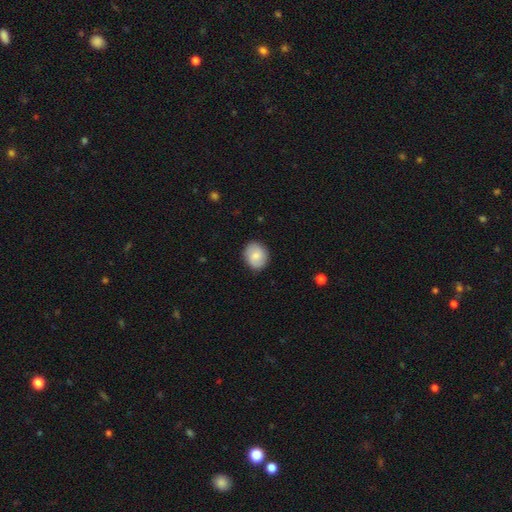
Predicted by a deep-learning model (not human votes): Smooth or featured?
  - smooth: 79% *
  - featured or disk: 14%
  - star or artifact: 7%
How rounded?
  - round: 58% *
  - in between: 41%
  - cigar-shaped: 1%
Merging?
  - none: 86% *
  - minor disturbance: 10%
  - major disturbance: 2%
  - merger: 1%